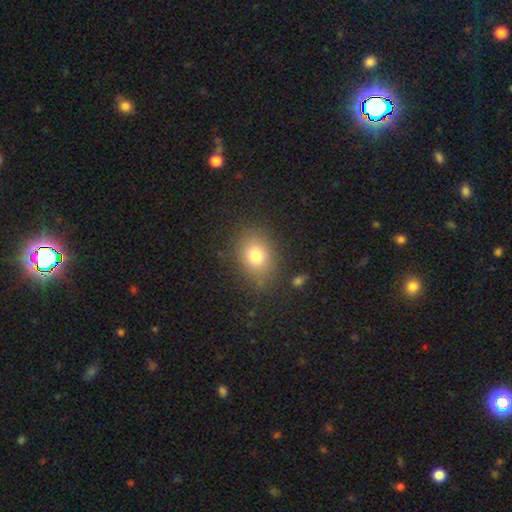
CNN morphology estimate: Smooth or featured?
  - smooth: 77% *
  - star or artifact: 13%
  - featured or disk: 10%
How rounded?
  - in between: 55% *
  - round: 43%
  - cigar-shaped: 1%
Merging?
  - none: 81% *
  - minor disturbance: 12%
  - major disturbance: 5%
  - merger: 2%